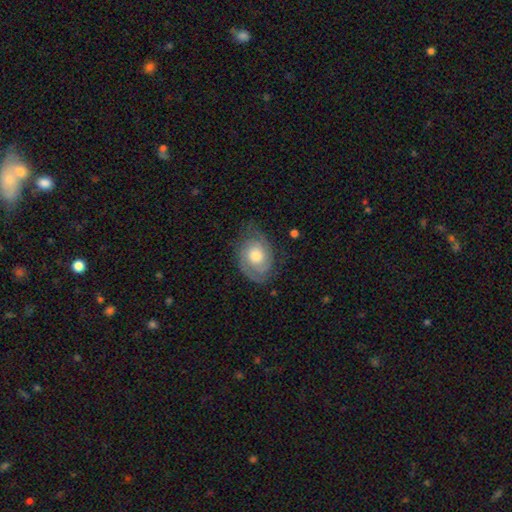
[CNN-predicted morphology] Overall: featured or disk (75%). Edge-on disk: no (97%). Bar: no (78%). Spiral arms: yes (91%). Spiral arm count: 2 (68%). Spiral winding: tight (61%; medium 30%). Bulge size: moderate (63%). Merging: none (71%).